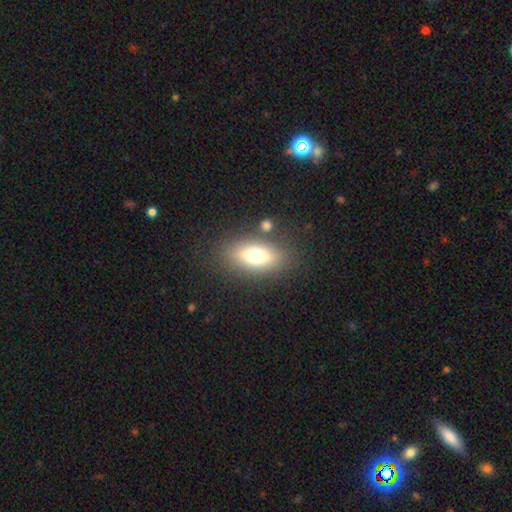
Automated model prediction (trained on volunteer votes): Q: Smooth or featured?
A: smooth (70%); runner-up: featured or disk (20%)
Q: How rounded?
A: in between (82%); runner-up: cigar-shaped (10%)
Q: Merging?
A: none (78%); runner-up: minor disturbance (11%)